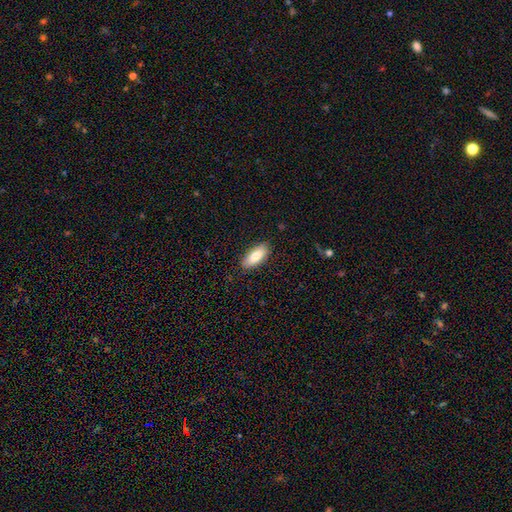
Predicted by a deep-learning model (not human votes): Morphology: type=smooth (84%); roundness=in between (83%); merging=none (87%).